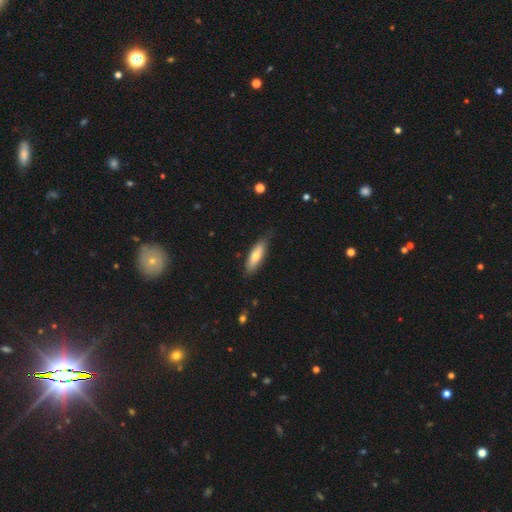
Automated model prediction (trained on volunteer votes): Smooth or featured? smooth (73%)
How rounded? in between (51%)
Merging? none (78%)